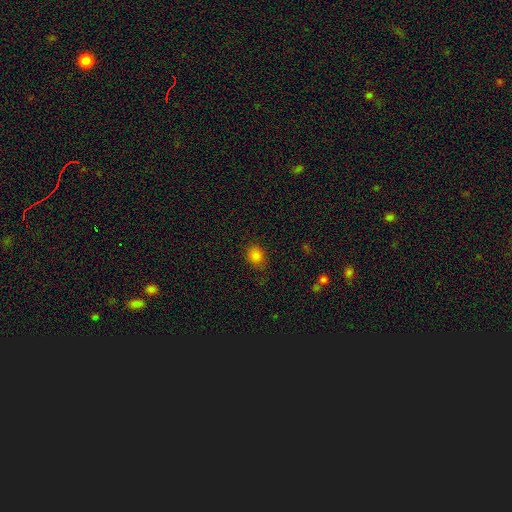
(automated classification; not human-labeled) Smooth or featured?
  - smooth: 82% *
  - star or artifact: 13%
  - featured or disk: 4%
How rounded?
  - round: 61% *
  - in between: 38%
  - cigar-shaped: 1%
Merging?
  - none: 80% *
  - minor disturbance: 15%
  - major disturbance: 4%
  - merger: 1%